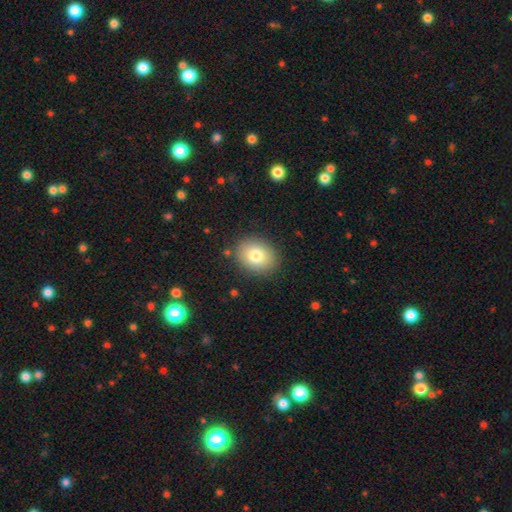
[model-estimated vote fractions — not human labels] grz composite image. It shows a smooth galaxy with no disk features (79%) that is in between round and cigar-shaped (52%). Merging: none (87%).